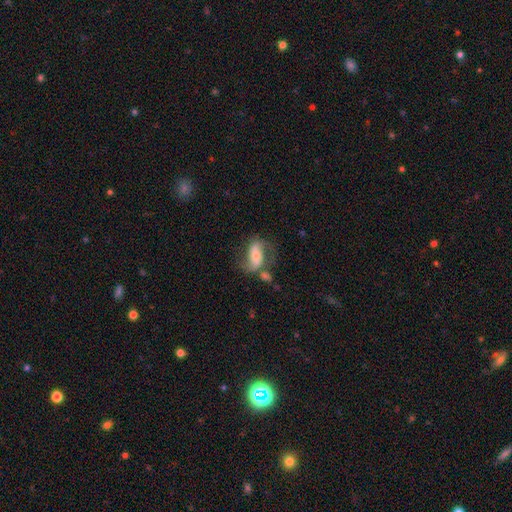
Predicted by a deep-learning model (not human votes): Smooth or featured? featured or disk (67%)
Edge-on disk? no (94%)
Bar? strong (35%)
Spiral arms? yes (87%)
Spiral winding? loose (55%)
Spiral arm count? 2 (88%)
Bulge size? small (44%)
Merging? none (49%)